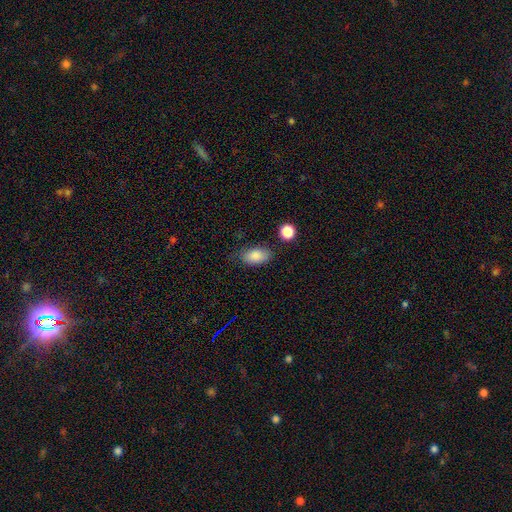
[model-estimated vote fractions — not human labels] Morphology: type=smooth (86%); roundness=in between (91%); merging=none (75%).